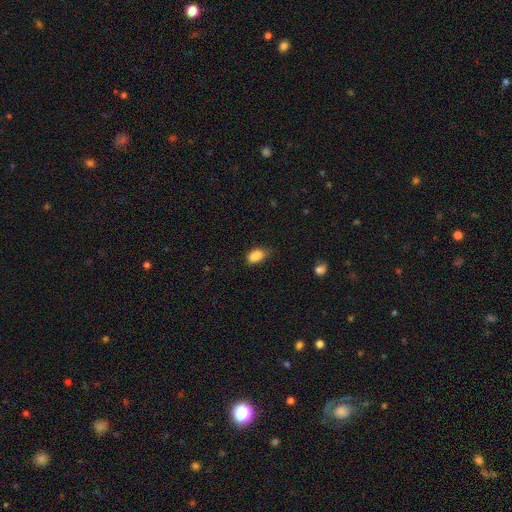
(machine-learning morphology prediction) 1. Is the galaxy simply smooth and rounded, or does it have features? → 88% smooth, 8% star or artifact, 4% featured or disk.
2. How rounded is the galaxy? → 89% in between, 8% round, 2% cigar-shaped.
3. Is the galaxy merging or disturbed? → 69% none, 25% minor disturbance, 5% major disturbance, 1% merger.